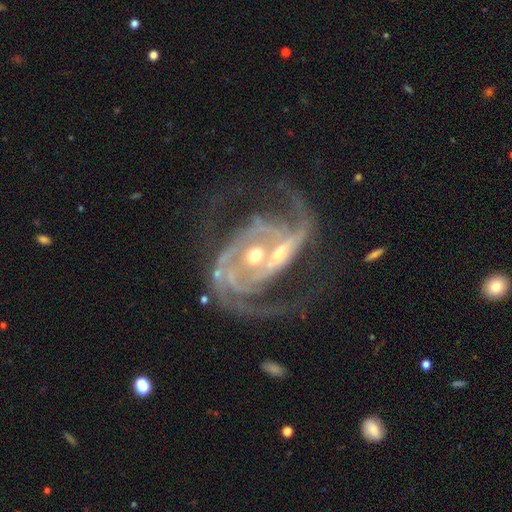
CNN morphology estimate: Smooth or featured?
  - featured or disk: 92% *
  - star or artifact: 5%
  - smooth: 3%
Edge-on disk?
  - no: 97% *
  - yes: 3%
Bar?
  - strong: 37% *
  - weak: 32%
  - no: 30%
Spiral arms?
  - yes: 97% *
  - no: 3%
Spiral winding?
  - medium: 50% *
  - tight: 26%
  - loose: 24%
Spiral arm count?
  - 2: 69% *
  - 3: 12%
  - can't tell: 7%
  - 1: 4%
  - 4: 4%
  - more than 4: 4%
Bulge size?
  - small: 48% *
  - moderate: 47%
  - large: 3%
  - none: 1%
  - dominant: 1%
Merging?
  - none: 41% *
  - major disturbance: 24%
  - merger: 20%
  - minor disturbance: 16%